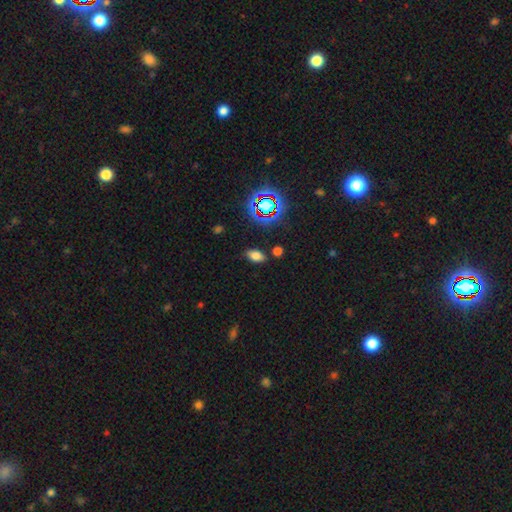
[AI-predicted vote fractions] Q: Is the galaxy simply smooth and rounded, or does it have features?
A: smooth — 73%.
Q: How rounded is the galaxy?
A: in between — 89%.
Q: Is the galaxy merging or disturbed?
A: none — 82%.